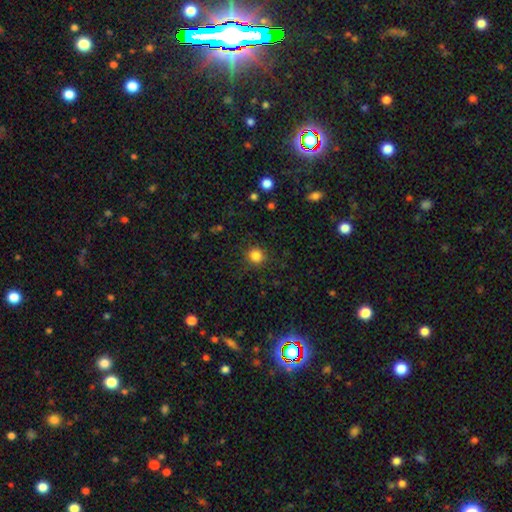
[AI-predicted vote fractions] Q: Smooth or featured?
A: smooth (84%); runner-up: star or artifact (12%)
Q: How rounded?
A: round (89%); runner-up: in between (10%)
Q: Merging?
A: none (87%); runner-up: minor disturbance (8%)